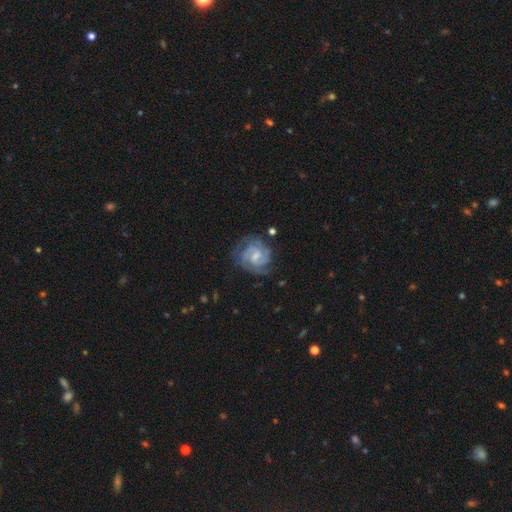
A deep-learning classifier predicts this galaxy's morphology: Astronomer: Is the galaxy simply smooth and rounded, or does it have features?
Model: featured or disk — 85%.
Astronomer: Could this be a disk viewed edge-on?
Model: no — 98%.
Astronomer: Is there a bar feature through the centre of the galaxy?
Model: weak — 57%.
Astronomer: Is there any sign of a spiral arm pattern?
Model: yes — 96%.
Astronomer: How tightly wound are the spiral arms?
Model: tight — 57% (runner-up: medium, 36%).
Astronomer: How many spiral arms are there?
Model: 2 — 43% (runner-up: 3, 24%).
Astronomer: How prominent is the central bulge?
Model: small — 45% (runner-up: moderate, 35%).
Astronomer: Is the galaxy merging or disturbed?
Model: none — 70%.